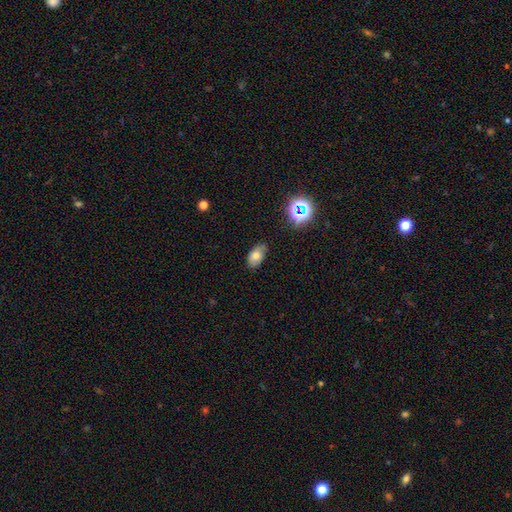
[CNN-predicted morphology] The model was most divided on "merging": none: 69%, minor disturbance: 25%, major disturbance: 4%, merger: 2%. More confident: how rounded — in between (91%); smooth or featured — smooth (72%).